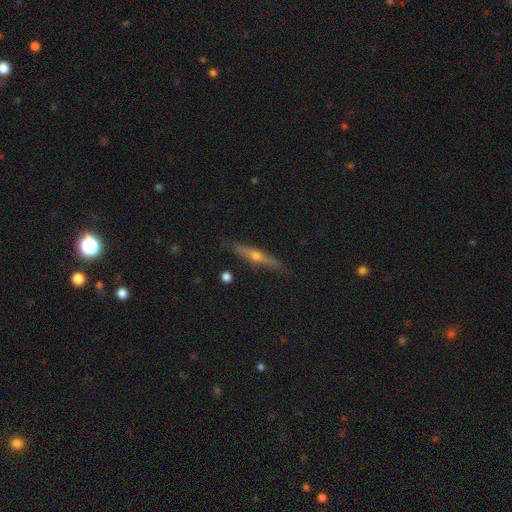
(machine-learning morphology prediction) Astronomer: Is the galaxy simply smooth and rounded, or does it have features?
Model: featured or disk — 70%.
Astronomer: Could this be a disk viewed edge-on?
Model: yes — 96%.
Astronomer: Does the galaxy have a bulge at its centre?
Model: rounded — 90%.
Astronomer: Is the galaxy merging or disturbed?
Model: none — 88%.